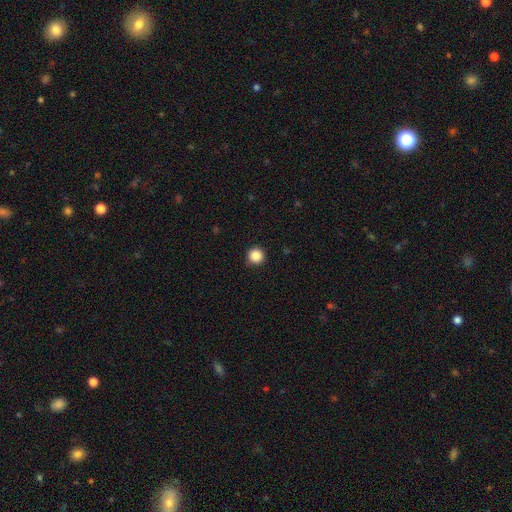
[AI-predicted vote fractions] This is clearly a smooth galaxy (86%). How rounded: clearly round (96%). Merging: clearly none (91%).